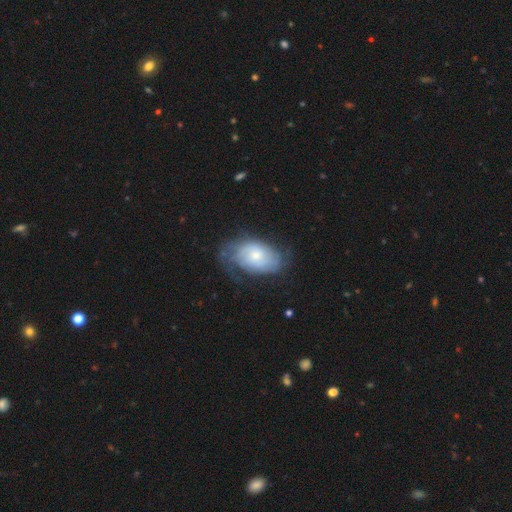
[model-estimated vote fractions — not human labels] smooth_or_featured: featured or disk (p=0.52) [alt: smooth p=0.41]
disk_edge_on: no (p=0.95) [alt: yes p=0.05]
merging: none (p=0.52) [alt: minor disturbance p=0.29]